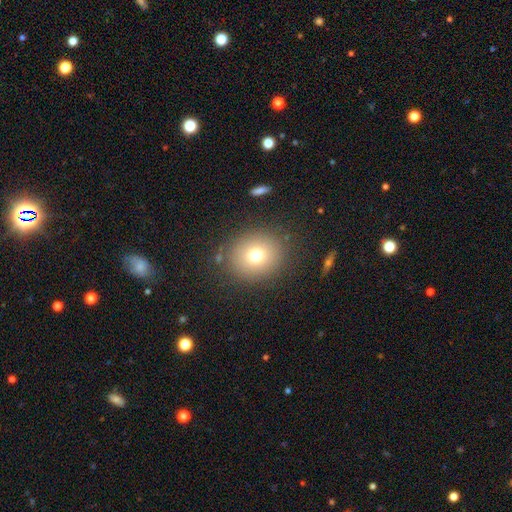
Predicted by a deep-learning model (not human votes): Smooth or featured: smooth — 74% (star or artifact — 13%)
How rounded: round — 78% (in between — 21%)
Merging: none — 85% (minor disturbance — 9%)